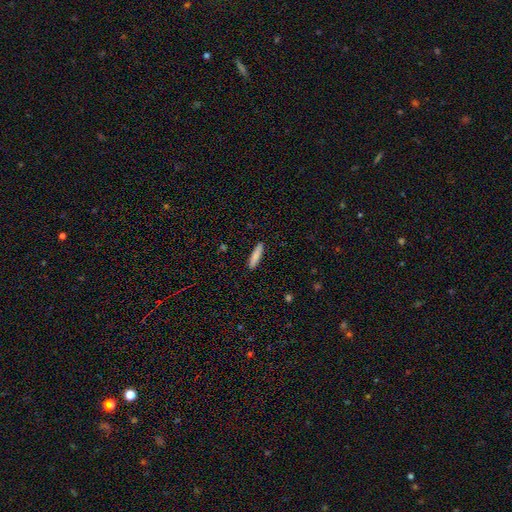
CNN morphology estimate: Smooth or featured: smooth — 84% (featured or disk — 10%)
How rounded: cigar-shaped — 83% (in between — 15%)
Merging: none — 90% (minor disturbance — 7%)